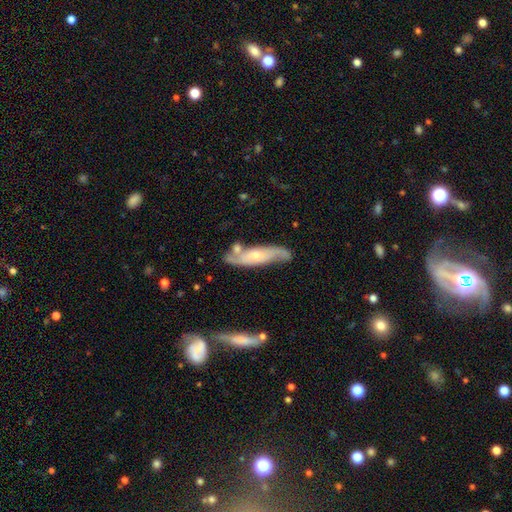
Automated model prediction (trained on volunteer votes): Morphology: type=featured or disk (65%); edge-on=no (69%); merging=none (60%).